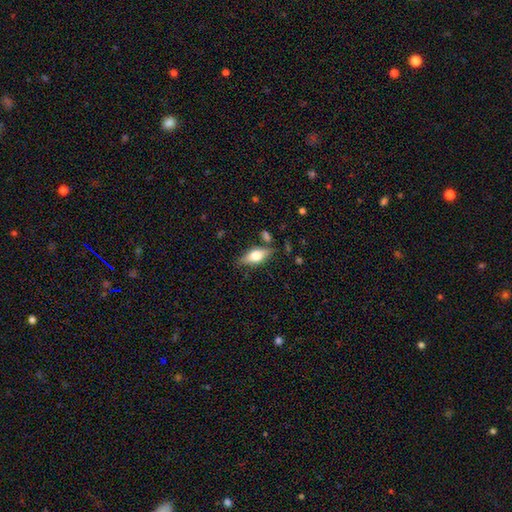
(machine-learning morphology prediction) The model was most divided on "smooth or featured": smooth: 58%, featured or disk: 35%, star or artifact: 7%. More confident: merging — none (76%); how rounded — in between (76%).